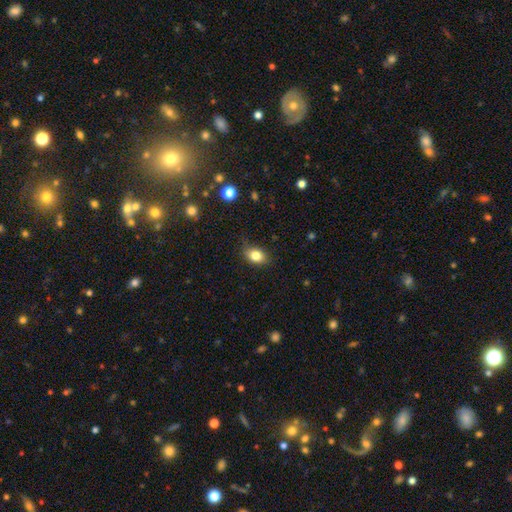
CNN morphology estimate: Q: Smooth or featured?
A: smooth (82%); runner-up: star or artifact (9%)
Q: How rounded?
A: in between (77%); runner-up: round (22%)
Q: Merging?
A: none (78%); runner-up: minor disturbance (18%)